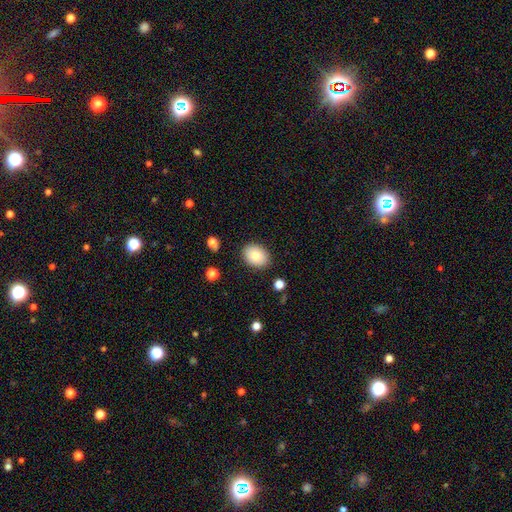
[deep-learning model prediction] smooth_or_featured: smooth (p=0.82) [alt: featured or disk p=0.10]
how_rounded: in between (p=0.65) [alt: round p=0.34]
merging: none (p=0.87) [alt: minor disturbance p=0.09]